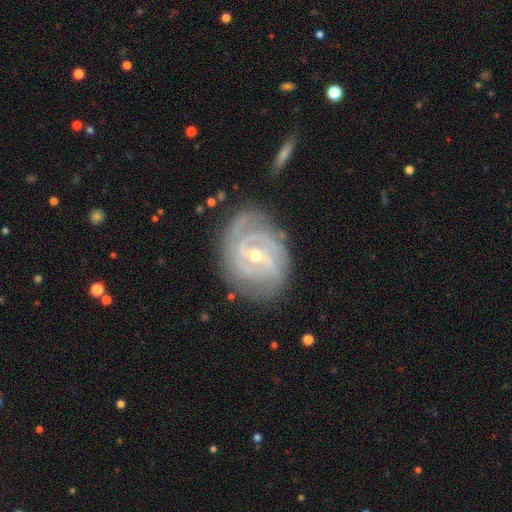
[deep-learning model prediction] Overall: featured or disk (89%). Edge-on disk: no (97%). Bar: weak (47%; no 32%). Spiral arms: yes (97%). Spiral arm count: 2 (37%; 3 26%). Spiral winding: tight (66%; medium 28%). Bulge size: small (56%; moderate 41%). Merging: none (76%).